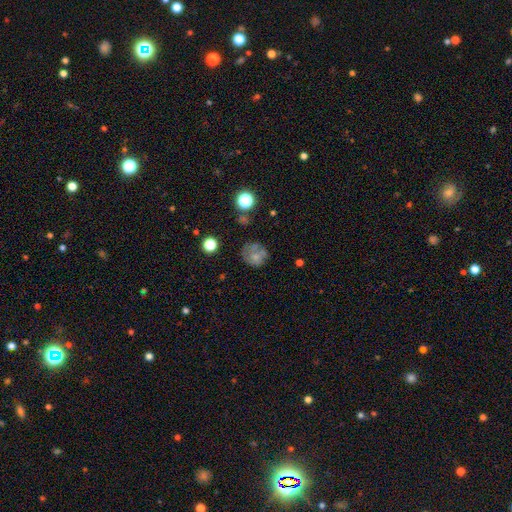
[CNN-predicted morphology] Smooth or featured? smooth (53%)
How rounded? round (75%)
Merging? none (47%)